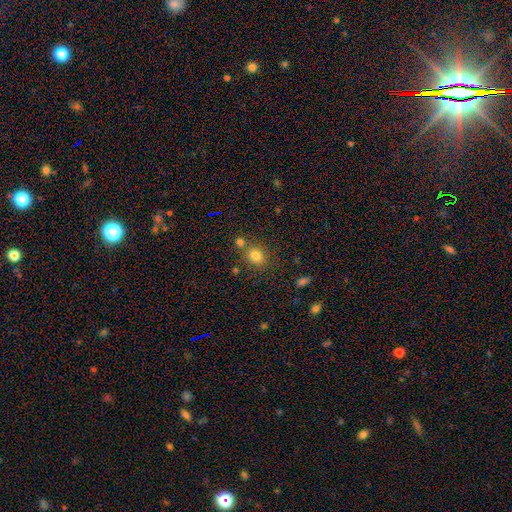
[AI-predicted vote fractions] Overall: smooth (79%). How rounded: round (60%; in between 39%). Merging: none (68%).